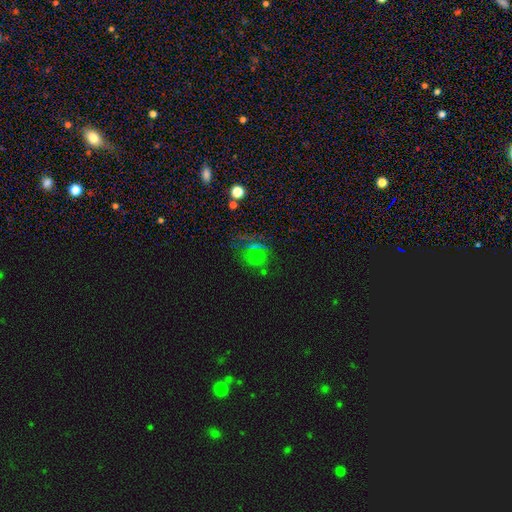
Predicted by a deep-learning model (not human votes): Smooth or featured? Predicted: star or artifact (p=0.43).